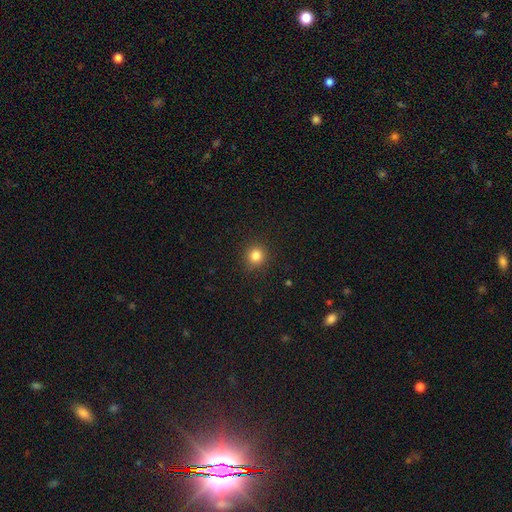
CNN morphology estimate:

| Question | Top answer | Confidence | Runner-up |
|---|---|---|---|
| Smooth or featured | smooth | 82% | star or artifact (13%) |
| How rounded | round | 93% | in between (6%) |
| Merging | none | 91% | minor disturbance (6%) |